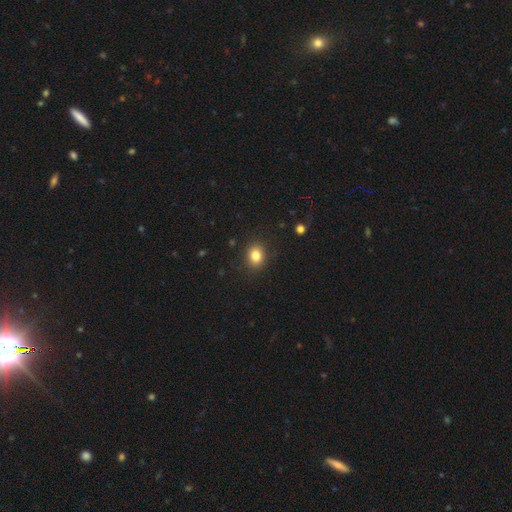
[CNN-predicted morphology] A smooth galaxy with no disk features (83%) that is round (60%). Merging: none (88%).